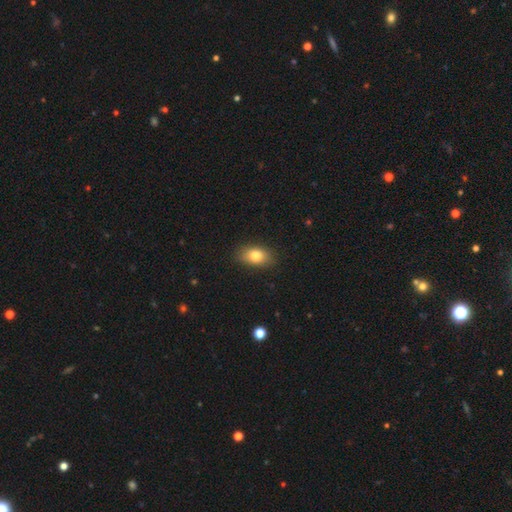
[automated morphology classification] smooth_or_featured: smooth (p=0.80) [alt: featured or disk p=0.12]
how_rounded: in between (p=0.85) [alt: round p=0.13]
merging: none (p=0.85) [alt: minor disturbance p=0.11]